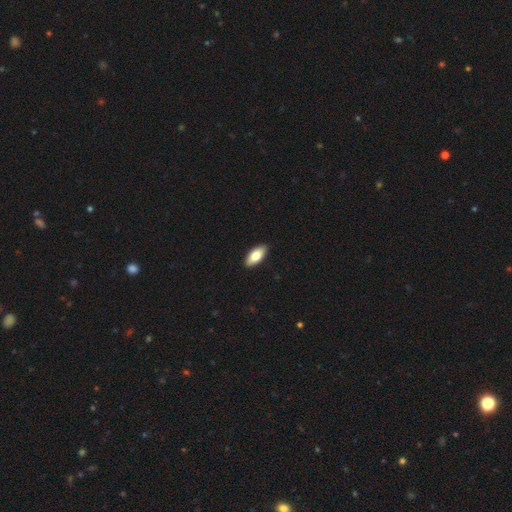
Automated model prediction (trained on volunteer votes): The model was most divided on "smooth or featured": smooth: 80%, featured or disk: 14%, star or artifact: 6%. More confident: merging — none (90%); how rounded — in between (89%).